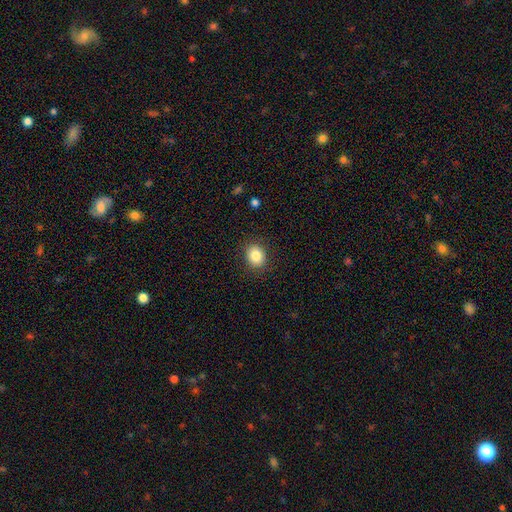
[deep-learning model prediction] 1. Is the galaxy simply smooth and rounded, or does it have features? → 84% smooth, 10% star or artifact, 6% featured or disk.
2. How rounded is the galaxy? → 62% round, 37% in between, 1% cigar-shaped.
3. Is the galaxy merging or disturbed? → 88% none, 8% minor disturbance, 2% major disturbance, 1% merger.